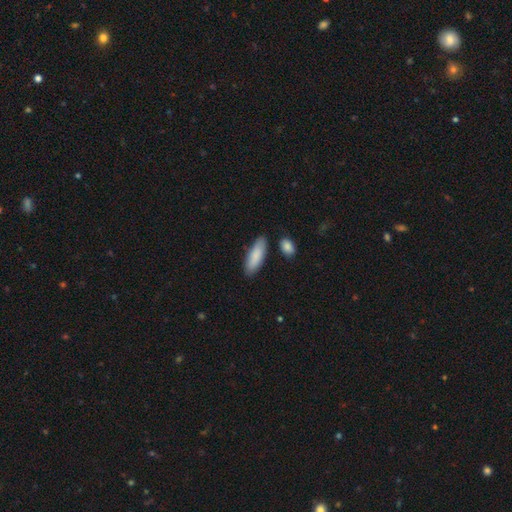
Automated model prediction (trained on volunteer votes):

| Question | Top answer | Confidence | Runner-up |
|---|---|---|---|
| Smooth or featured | smooth | 87% | featured or disk (8%) |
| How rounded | in between | 61% | cigar-shaped (38%) |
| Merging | none | 82% | minor disturbance (12%) |